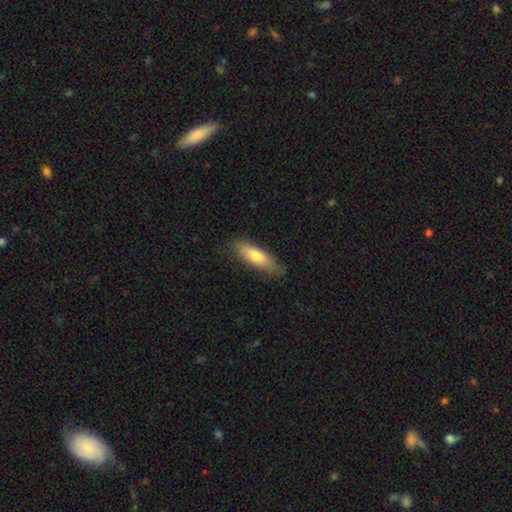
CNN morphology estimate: Q: Smooth or featured?
A: smooth (71%); runner-up: featured or disk (23%)
Q: How rounded?
A: cigar-shaped (55%); runner-up: in between (43%)
Q: Merging?
A: none (80%); runner-up: minor disturbance (16%)